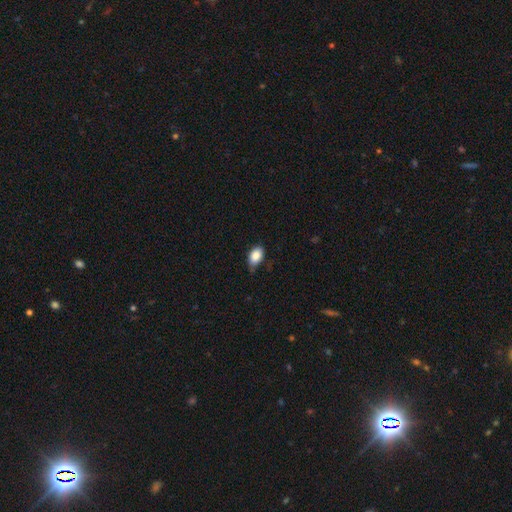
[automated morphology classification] This is clearly a smooth galaxy (86%). How rounded: clearly in between (87%). Merging: possibly none (59%).